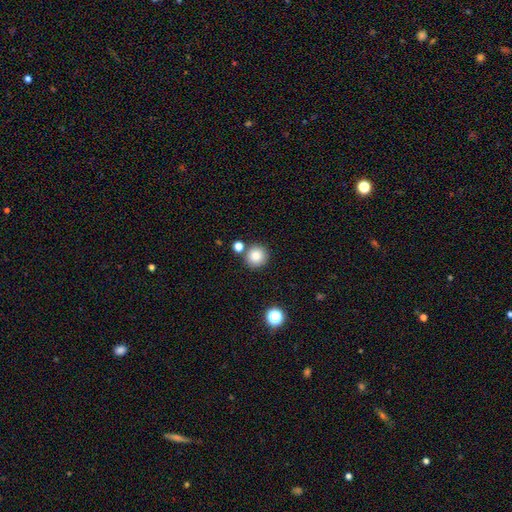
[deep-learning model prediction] Smooth or featured: smooth — 84% (star or artifact — 11%)
How rounded: round — 94% (in between — 5%)
Merging: none — 81% (merger — 9%)